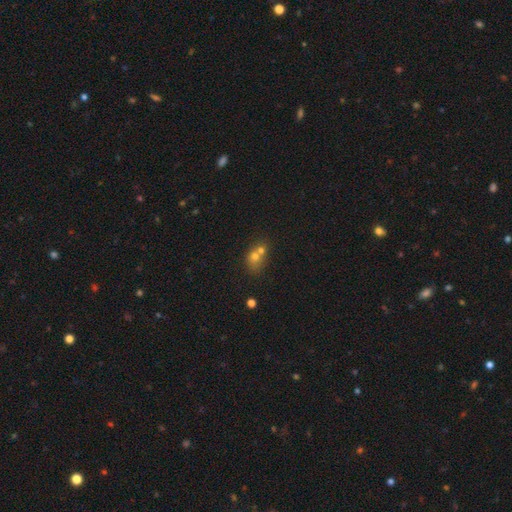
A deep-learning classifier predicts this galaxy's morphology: Smooth or featured? smooth (60%)
How rounded? round (63%)
Merging? merger (57%)